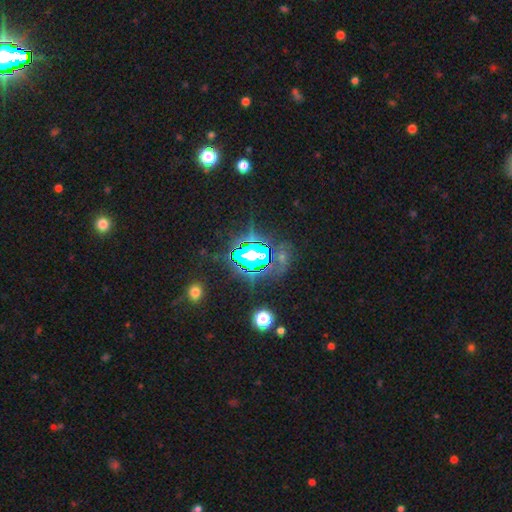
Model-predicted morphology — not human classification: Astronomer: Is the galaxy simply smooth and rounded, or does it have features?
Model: star or artifact — 79%.